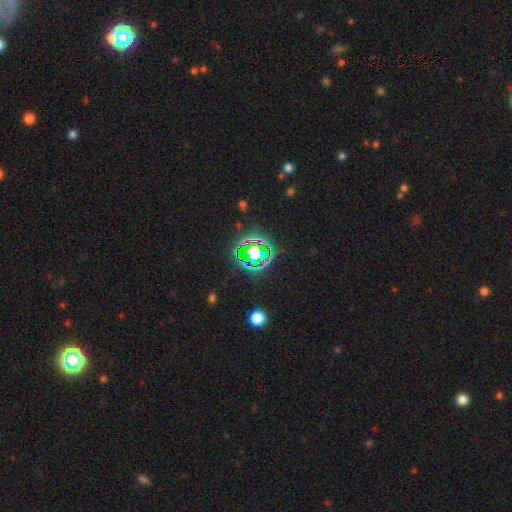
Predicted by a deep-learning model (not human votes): Q: Smooth or featured?
A: star or artifact (71%); runner-up: smooth (15%)